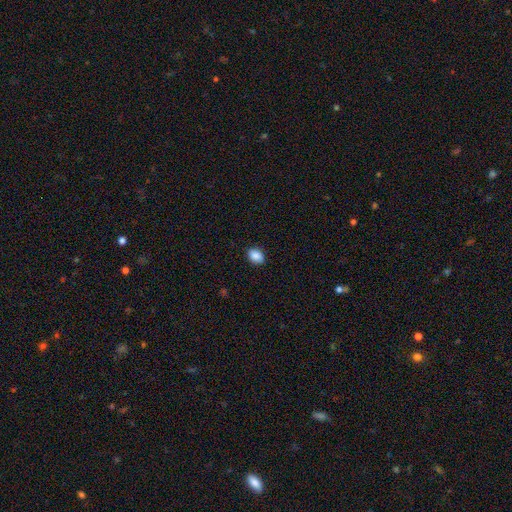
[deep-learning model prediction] Smooth or featured? Predicted: smooth (p=0.89). How rounded? Predicted: in between (p=0.69). Merging? Predicted: none (p=0.89).